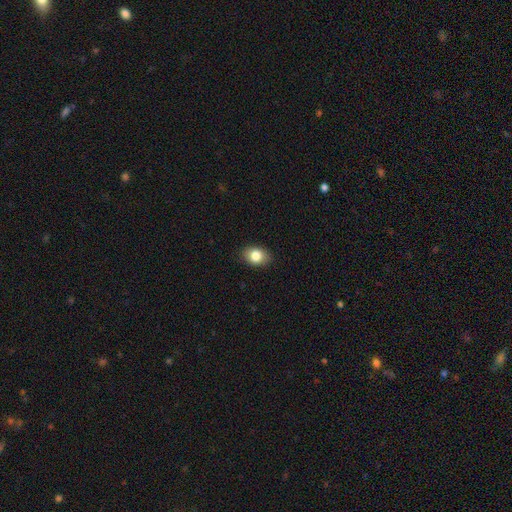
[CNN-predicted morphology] Smooth or featured? smooth (83%)
How rounded? in between (73%)
Merging? none (87%)